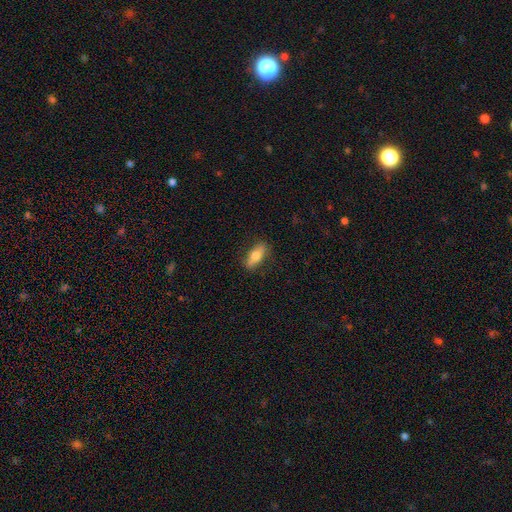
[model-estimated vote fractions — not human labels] smooth 69%, featured or disk 24%, star or artifact 7%. Down the decision tree: how rounded — in between (68%); merging — none (82%).